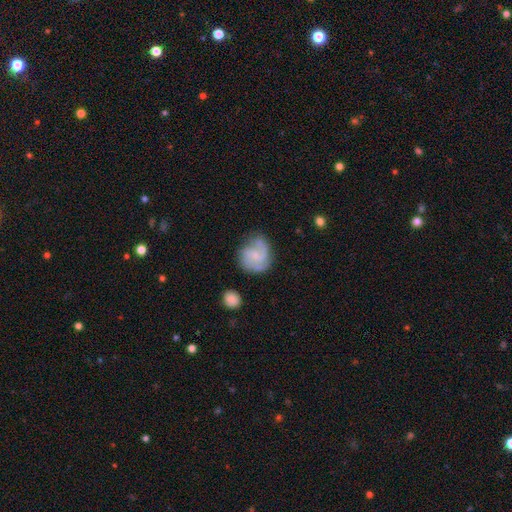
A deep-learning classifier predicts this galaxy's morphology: Smooth or featured: featured or disk — 72% (smooth — 22%)
Edge-on disk: no — 98% (yes — 2%)
Bar: no — 55% (weak — 40%)
Spiral arms: yes — 94% (no — 6%)
Spiral winding: medium — 50% (tight — 29%)
Spiral arm count: 2 — 53% (3 — 24%)
Bulge size: small — 59% (none — 20%)
Merging: none — 66% (minor disturbance — 21%)